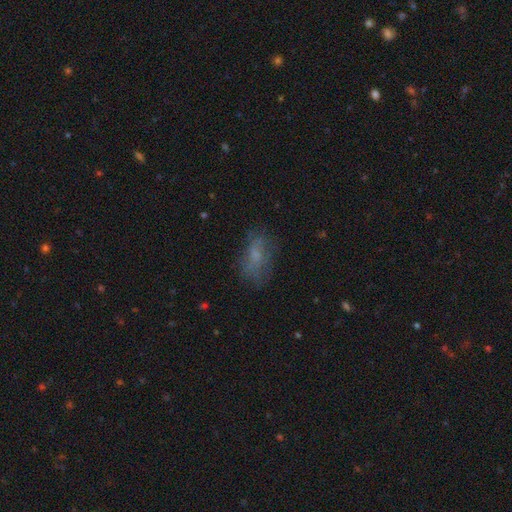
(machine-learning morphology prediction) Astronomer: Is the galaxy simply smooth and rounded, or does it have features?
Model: smooth — 57%.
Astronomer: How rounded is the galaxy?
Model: in between — 85%.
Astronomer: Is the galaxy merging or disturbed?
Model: none — 60%.